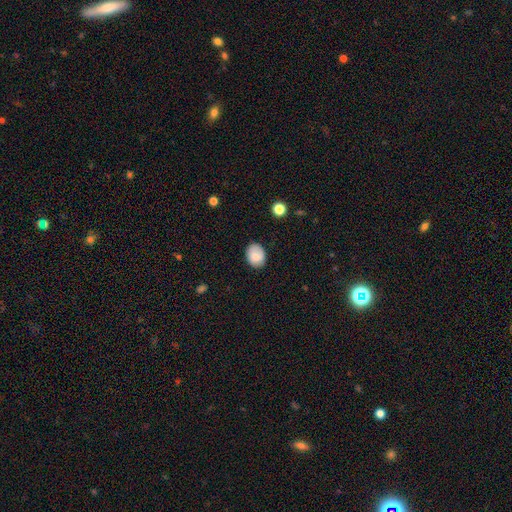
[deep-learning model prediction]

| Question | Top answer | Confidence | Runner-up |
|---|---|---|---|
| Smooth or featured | smooth | 84% | featured or disk (9%) |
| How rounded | in between | 60% | round (39%) |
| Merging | none | 83% | minor disturbance (14%) |